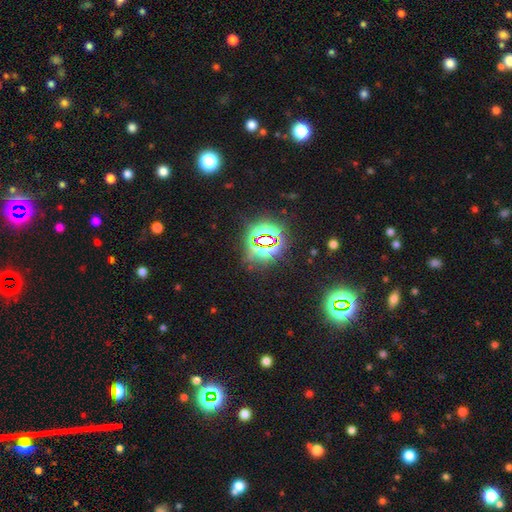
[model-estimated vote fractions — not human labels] Morphology: type=star or artifact (79%).